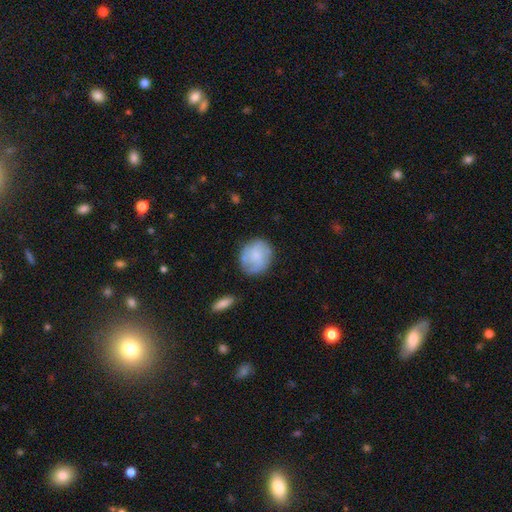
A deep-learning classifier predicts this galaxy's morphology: Smooth or featured? Predicted: smooth (p=0.63). How rounded? Predicted: round (p=0.80). Merging? Predicted: none (p=0.71).